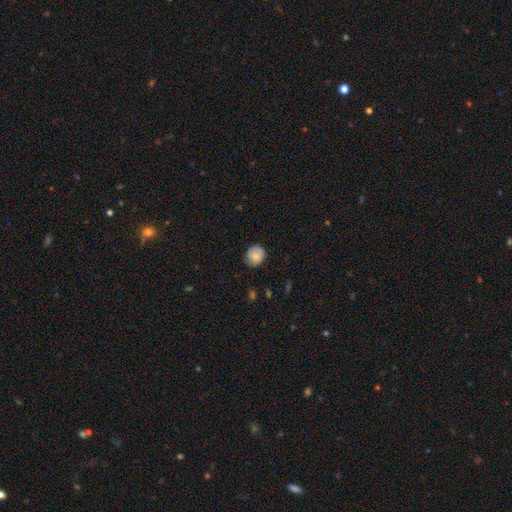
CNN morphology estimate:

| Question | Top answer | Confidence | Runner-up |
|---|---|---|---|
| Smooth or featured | smooth | 70% | featured or disk (22%) |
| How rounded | round | 77% | in between (22%) |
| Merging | none | 74% | minor disturbance (21%) |